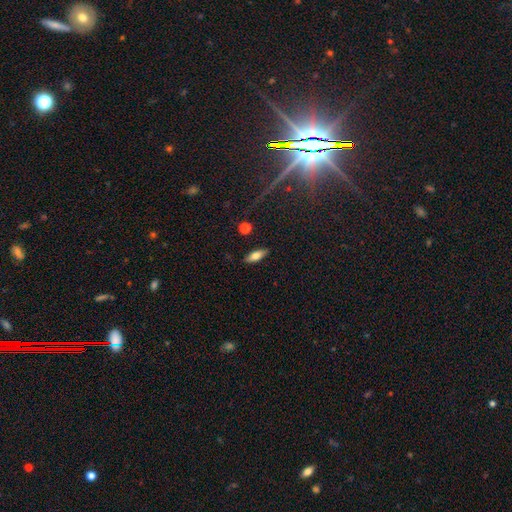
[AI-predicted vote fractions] smooth 70%, featured or disk 22%, star or artifact 8%. Down the decision tree: how rounded — in between (69%); merging — none (87%).